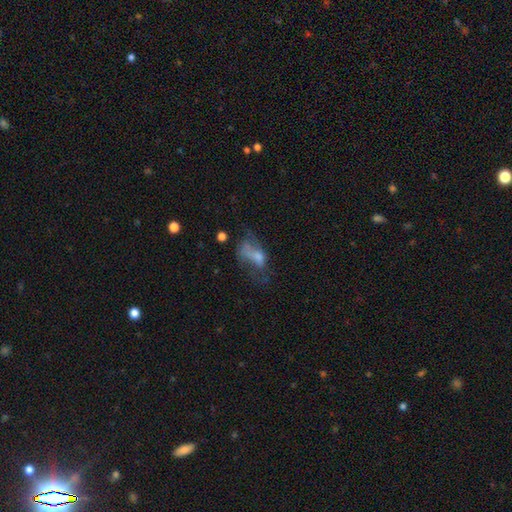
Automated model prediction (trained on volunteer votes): smooth 47%, featured or disk 39%, star or artifact 14%. Down the decision tree: merging — major disturbance (44%).